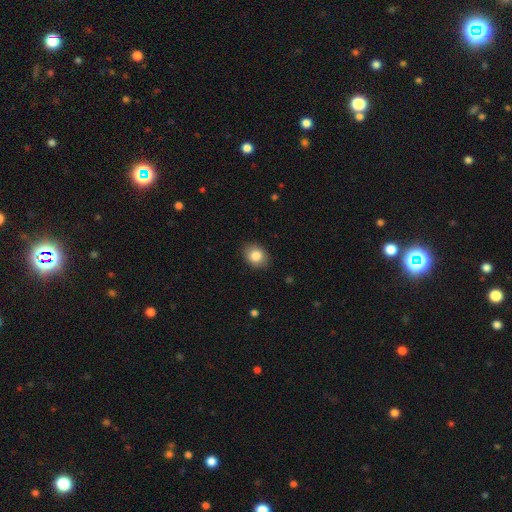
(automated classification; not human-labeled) Q: Smooth or featured?
A: smooth (85%); runner-up: star or artifact (8%)
Q: How rounded?
A: in between (52%); runner-up: round (47%)
Q: Merging?
A: none (87%); runner-up: minor disturbance (10%)